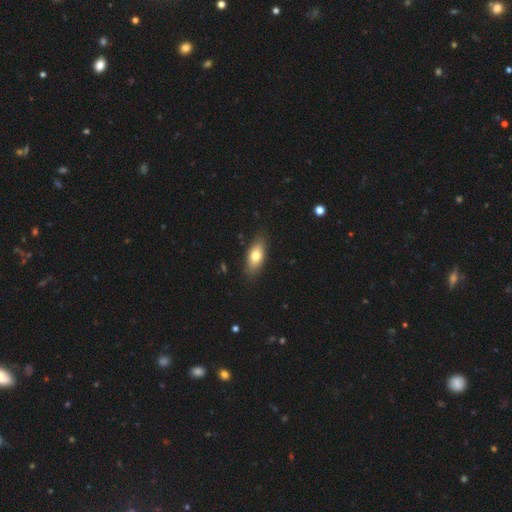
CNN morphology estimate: Smooth or featured: smooth — 75% (featured or disk — 18%)
How rounded: in between — 84% (cigar-shaped — 12%)
Merging: none — 84% (minor disturbance — 12%)